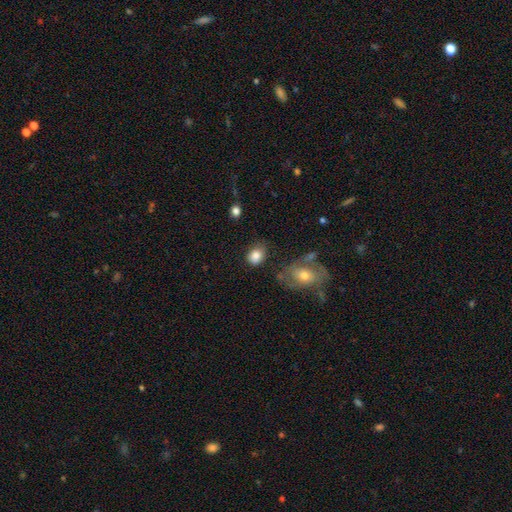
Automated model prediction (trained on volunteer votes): This appears to be a smooth galaxy with no disk features (84%) that is in between round and cigar-shaped (58%). Merging: none (63%).